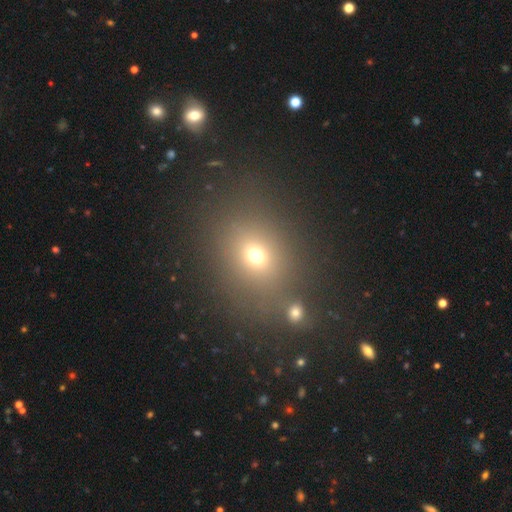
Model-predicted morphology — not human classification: This is likely a smooth galaxy (67%). How rounded: possibly round (57%). Merging: likely none (72%).